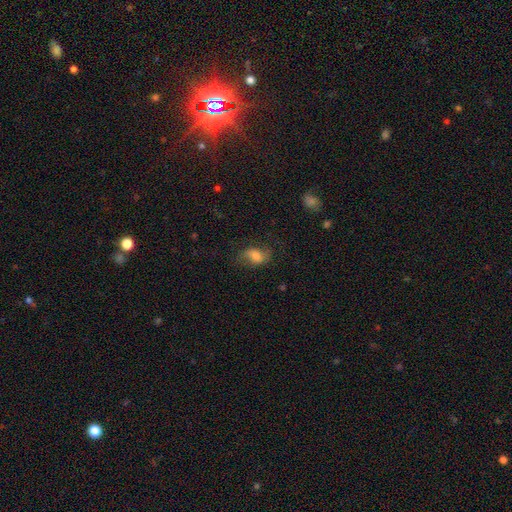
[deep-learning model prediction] Smooth or featured: smooth — 65% (featured or disk — 25%)
How rounded: in between — 82% (round — 16%)
Merging: none — 60% (minor disturbance — 24%)